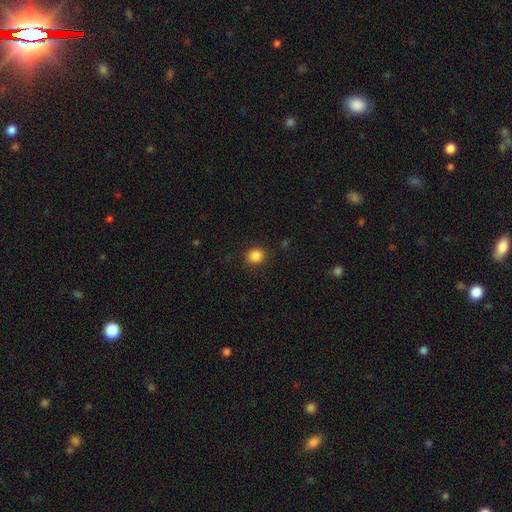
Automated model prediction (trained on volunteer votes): A smooth galaxy with no disk features (86%) that is round (77%).

Vote fractions:
- Smooth or featured? smooth: 86% / star or artifact: 10% / featured or disk: 4%
- How rounded? round: 77% / in between: 22% / cigar-shaped: 1%
- Merging? none: 90% / minor disturbance: 7% / major disturbance: 2% / merger: 1%